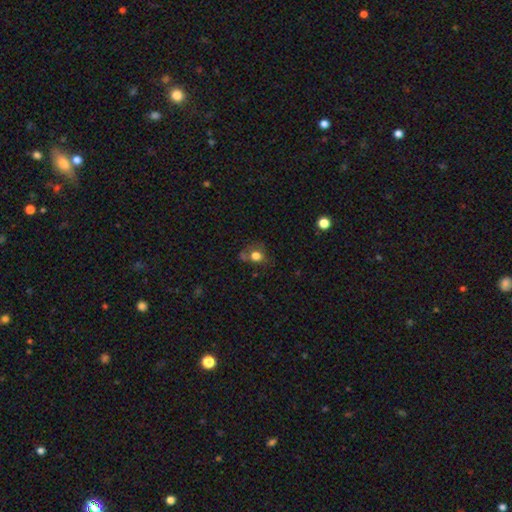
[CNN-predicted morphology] The model was most divided on "merging": none: 50%, minor disturbance: 23%, major disturbance: 15%, merger: 11%. More confident: smooth or featured — smooth (71%); how rounded — round (64%).